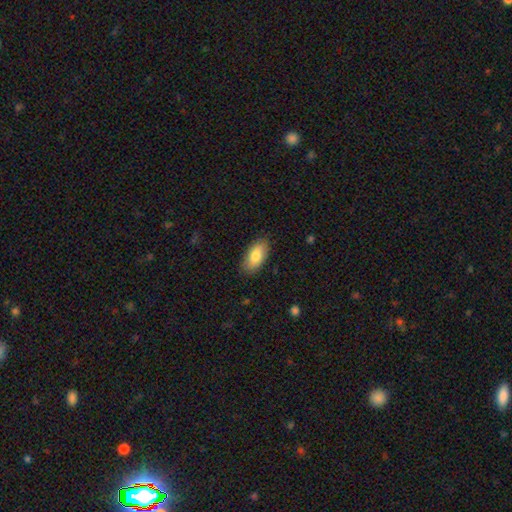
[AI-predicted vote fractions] Smooth or featured? Predicted: smooth (p=0.82). How rounded? Predicted: in between (p=0.91). Merging? Predicted: none (p=0.86).